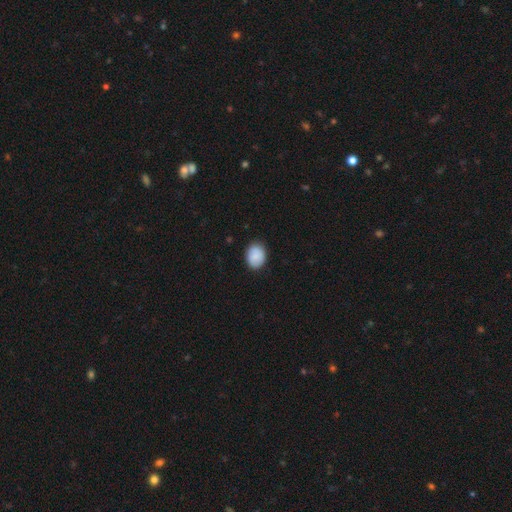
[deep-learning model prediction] Q: Smooth or featured?
A: smooth (83%); runner-up: featured or disk (10%)
Q: How rounded?
A: in between (56%); runner-up: round (43%)
Q: Merging?
A: none (85%); runner-up: minor disturbance (12%)